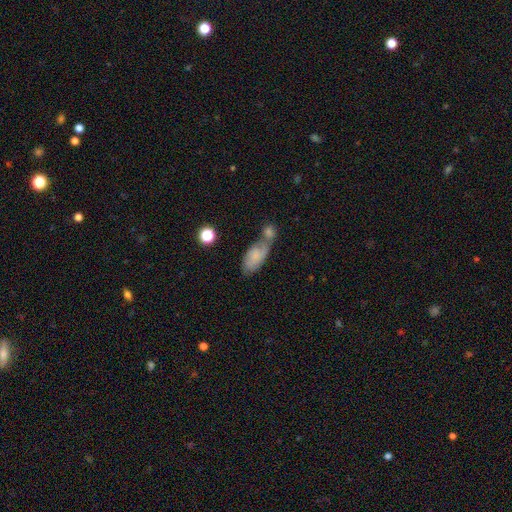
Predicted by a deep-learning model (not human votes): The model was most divided on "merging": merger: 44%, none: 30%, minor disturbance: 17%, major disturbance: 9%. More confident: how rounded — in between (85%); smooth or featured — smooth (59%).